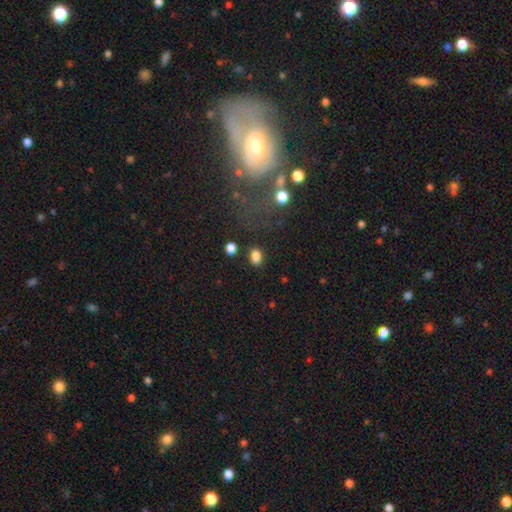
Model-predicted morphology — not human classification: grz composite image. It shows a smooth galaxy with no disk features (83%) that is in between round and cigar-shaped (77%). Merging: none (80%).